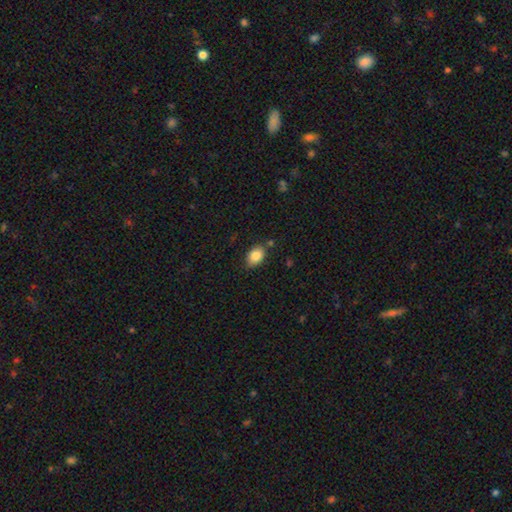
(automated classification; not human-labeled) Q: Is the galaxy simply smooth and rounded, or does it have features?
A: smooth — 85%.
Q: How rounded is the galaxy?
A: in between — 82%.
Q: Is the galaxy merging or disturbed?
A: none — 78%.